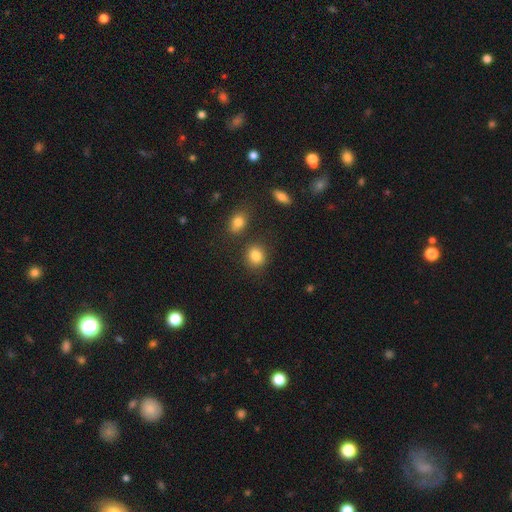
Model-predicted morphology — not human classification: Overall: smooth (85%). How rounded: round (73%). Merging: none (79%).